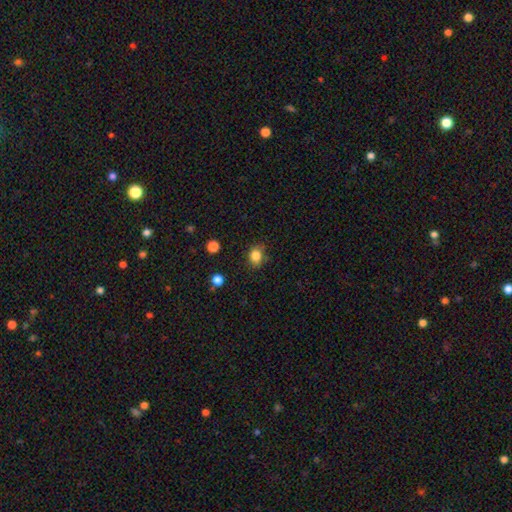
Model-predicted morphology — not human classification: Smooth or featured? Predicted: smooth (p=0.84). How rounded? Predicted: round (p=0.54). Merging? Predicted: none (p=0.78).